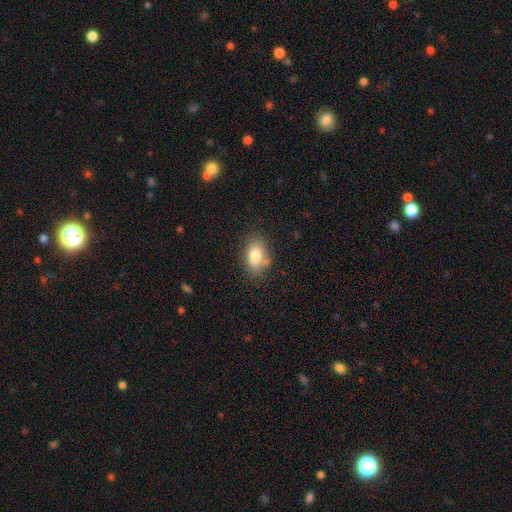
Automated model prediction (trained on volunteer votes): The model was most divided on "merging": none: 73%, minor disturbance: 18%, merger: 5%, major disturbance: 4%. More confident: how rounded — in between (86%); smooth or featured — smooth (82%).